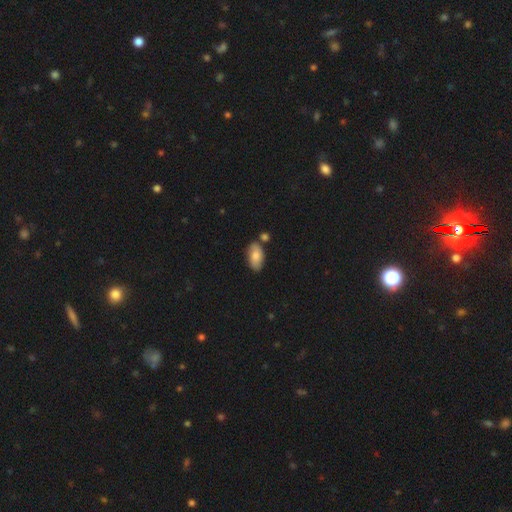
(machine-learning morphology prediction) This is likely a smooth galaxy (75%). How rounded: clearly in between (94%). Merging: likely none (70%).